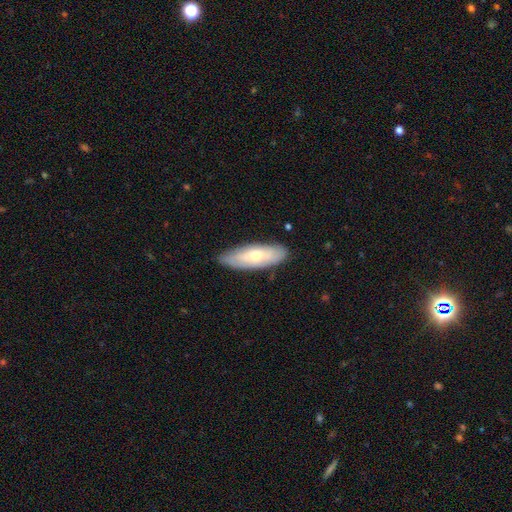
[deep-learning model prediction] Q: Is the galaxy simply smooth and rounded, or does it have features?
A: smooth — 51%.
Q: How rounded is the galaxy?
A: in between — 64%.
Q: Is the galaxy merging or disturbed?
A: none — 80%.